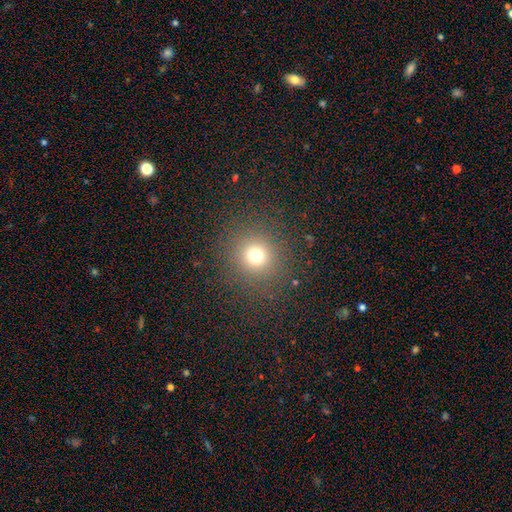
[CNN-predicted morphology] This is likely a smooth galaxy (71%). How rounded: clearly round (91%). Merging: clearly none (87%).